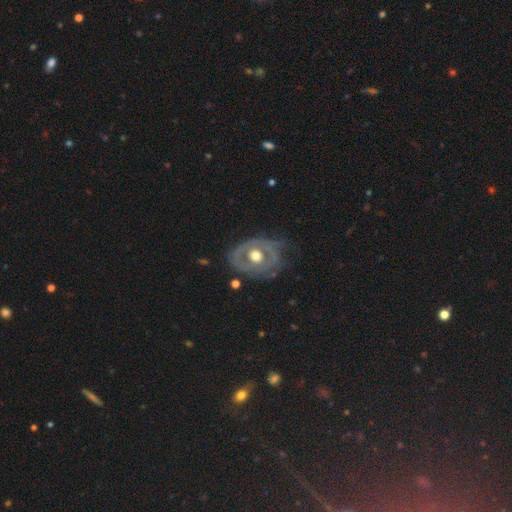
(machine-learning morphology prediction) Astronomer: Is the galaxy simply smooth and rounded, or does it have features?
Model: featured or disk — 72%.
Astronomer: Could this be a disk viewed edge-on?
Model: no — 95%.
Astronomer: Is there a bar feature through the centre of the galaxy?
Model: no — 85%.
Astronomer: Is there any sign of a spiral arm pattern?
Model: no — 57% (runner-up: yes, 43%).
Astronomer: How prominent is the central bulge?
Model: moderate — 68%.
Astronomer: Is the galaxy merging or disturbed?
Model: none — 57%.